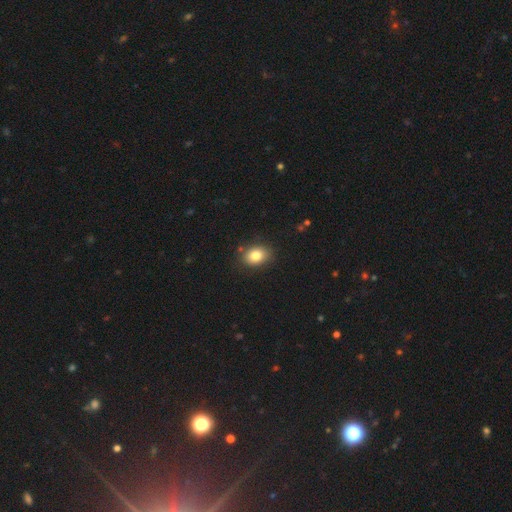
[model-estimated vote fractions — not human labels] This is clearly a smooth galaxy (83%). How rounded: likely in between (66%). Merging: clearly none (84%).